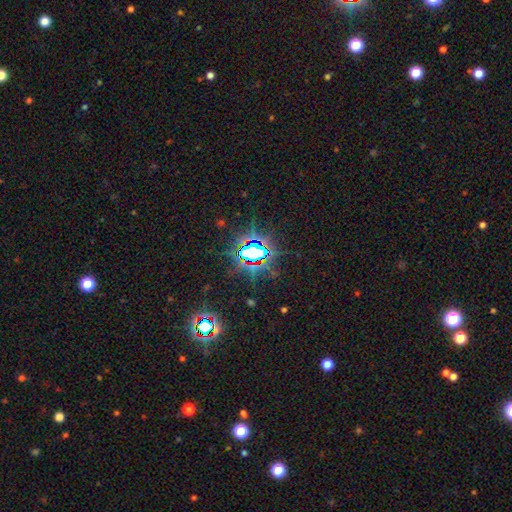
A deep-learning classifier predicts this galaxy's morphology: star or artifact 77%, smooth 13%, featured or disk 10%.